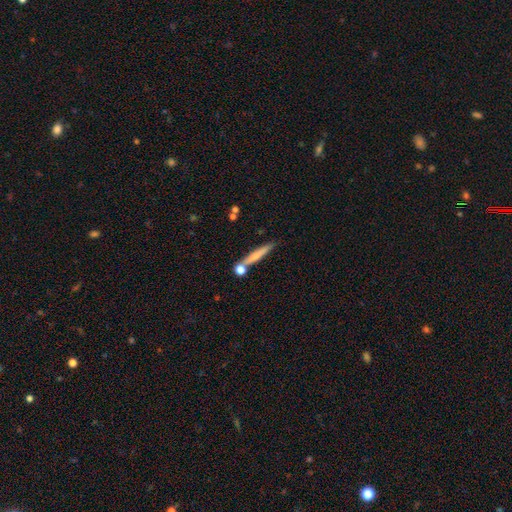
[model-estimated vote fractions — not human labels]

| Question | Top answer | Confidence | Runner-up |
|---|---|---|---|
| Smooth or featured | smooth | 62% | featured or disk (31%) |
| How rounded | cigar-shaped | 92% | in between (6%) |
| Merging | none | 71% | merger (13%) |